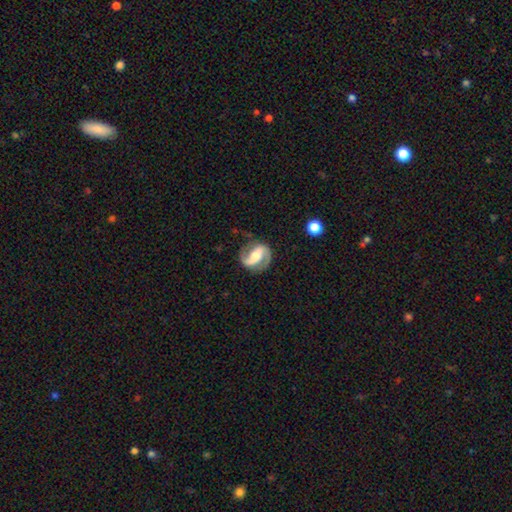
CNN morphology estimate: Overall: featured or disk (85%). Edge-on disk: no (97%). Bar: strong (53%; weak 30%). Spiral arms: yes (94%). Spiral arm count: 2 (91%). Spiral winding: medium (49%; loose 29%). Bulge size: moderate (56%; small 23%). Merging: none (77%).